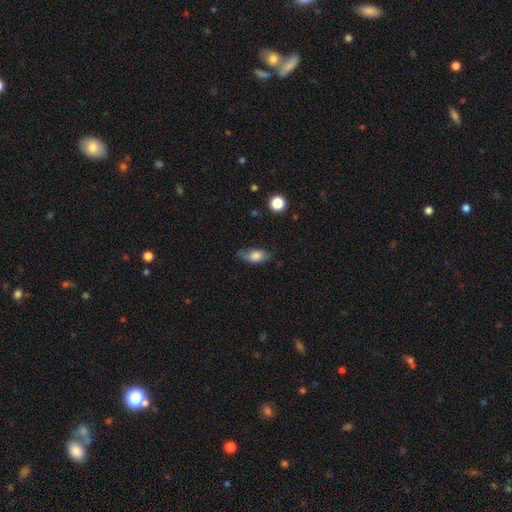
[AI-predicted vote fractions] A smooth galaxy with no disk features (77%) that is in between round and cigar-shaped (85%). Merging: none (69%).